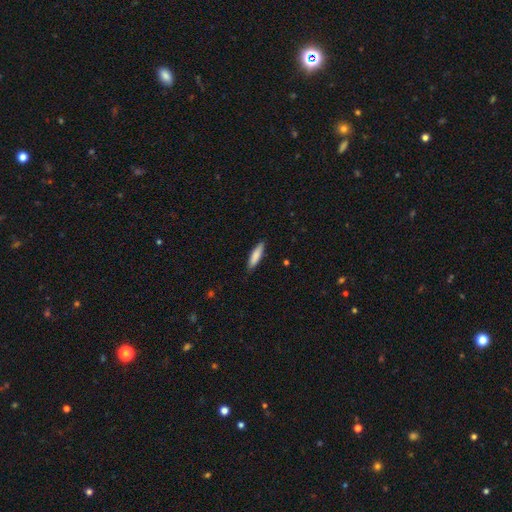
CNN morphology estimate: The model was most divided on "how rounded": cigar-shaped: 75%, in between: 24%, round: 1%. More confident: merging — none (86%); smooth or featured — smooth (82%).